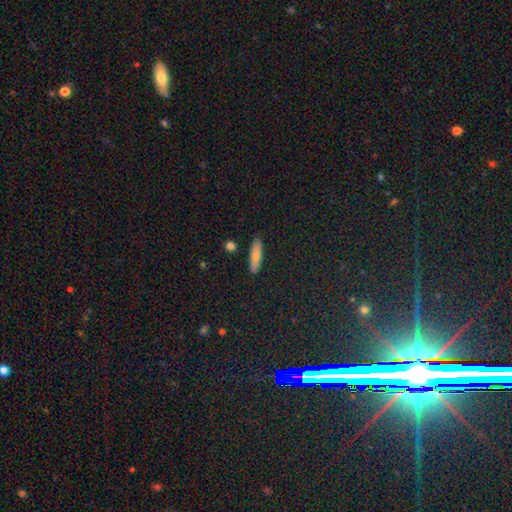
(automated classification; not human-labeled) A smooth galaxy with no disk features (75%) that is cigar-shaped (70%). Merging: none (88%).